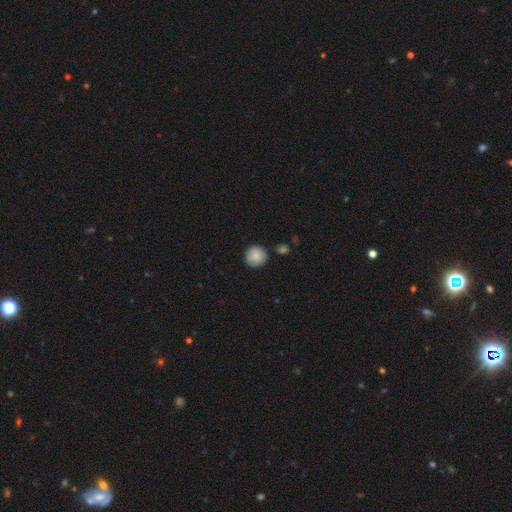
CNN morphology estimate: The model was most divided on "merging": none: 84%, minor disturbance: 11%, merger: 3%, major disturbance: 2%. More confident: how rounded — round (94%); smooth or featured — smooth (87%).